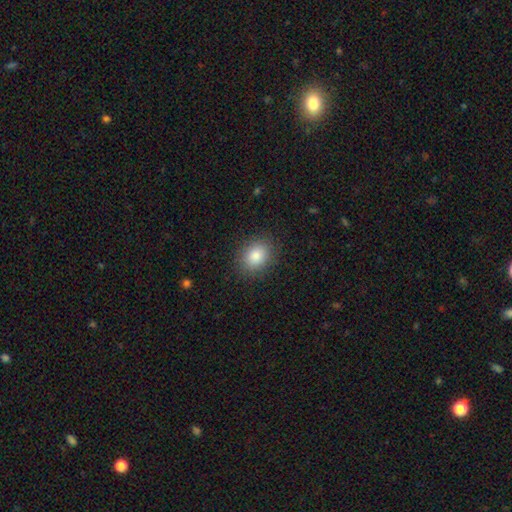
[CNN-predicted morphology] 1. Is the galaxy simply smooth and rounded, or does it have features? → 85% smooth, 9% star or artifact, 6% featured or disk.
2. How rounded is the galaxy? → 51% in between, 48% round, 1% cigar-shaped.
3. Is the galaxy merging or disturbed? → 88% none, 9% minor disturbance, 3% major disturbance, 1% merger.